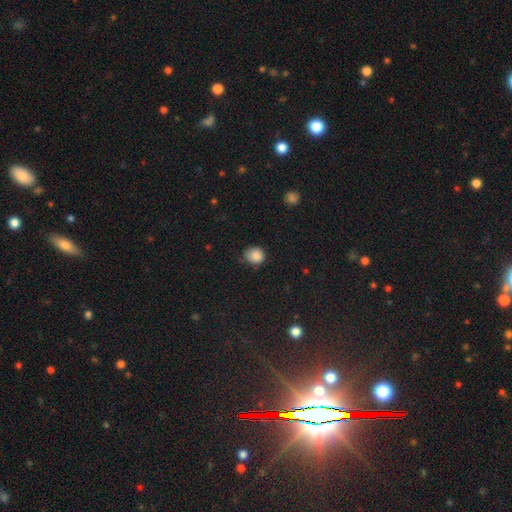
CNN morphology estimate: Smooth or featured? smooth (87%)
How rounded? round (79%)
Merging? none (69%)